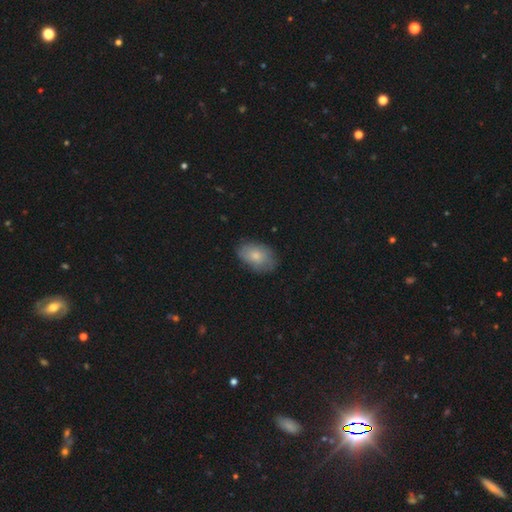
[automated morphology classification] A smooth galaxy with no disk features (74%) that is in between round and cigar-shaped (87%).

Vote fractions:
- Smooth or featured? smooth: 74% / featured or disk: 19% / star or artifact: 7%
- How rounded? in between: 87% / round: 12% / cigar-shaped: 1%
- Merging? none: 76% / minor disturbance: 19% / major disturbance: 4% / merger: 1%